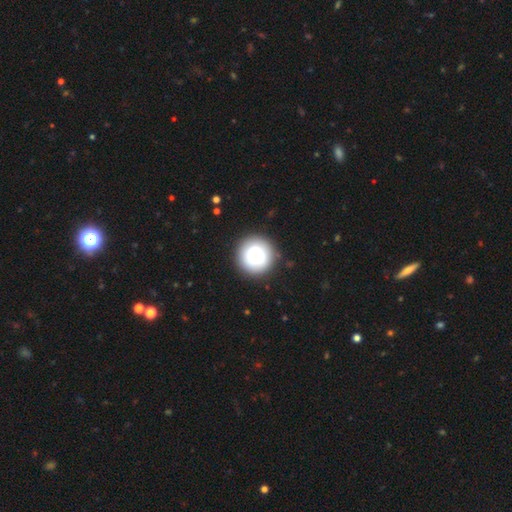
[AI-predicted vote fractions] Smooth or featured? smooth (73%)
How rounded? round (96%)
Merging? none (87%)